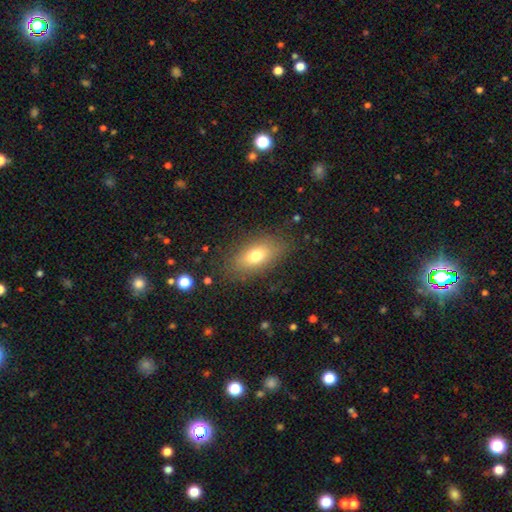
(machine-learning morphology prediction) A smooth galaxy with no disk features (72%) that is in between round and cigar-shaped (84%). Merging: none (81%).